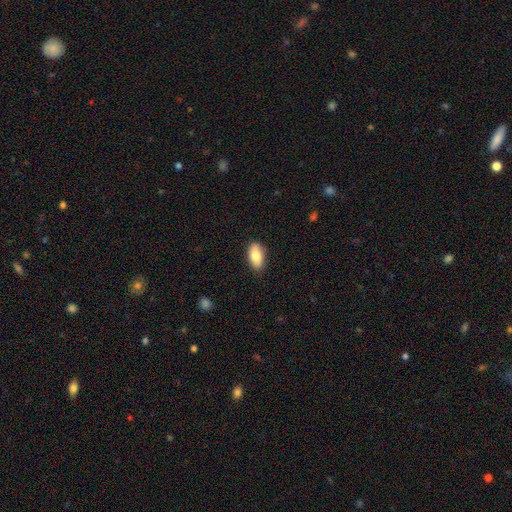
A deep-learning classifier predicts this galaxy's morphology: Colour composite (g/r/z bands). It shows a smooth galaxy with no disk features (80%) that is in between round and cigar-shaped (91%). Merging: none (86%).